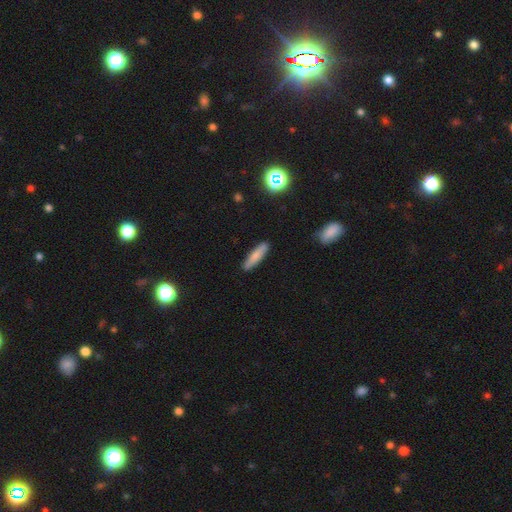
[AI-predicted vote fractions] smooth-or-featured: smooth: 75% | featured or disk: 18% | star or artifact: 7%
  how-rounded: cigar-shaped: 79% | in between: 19% | round: 2%
  merging: none: 89% | minor disturbance: 8% | major disturbance: 2% | merger: 1%